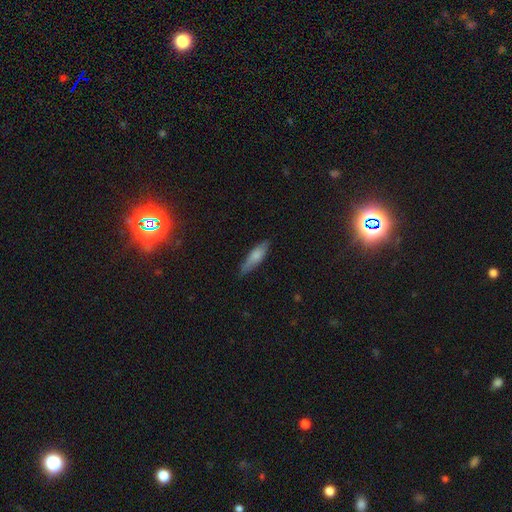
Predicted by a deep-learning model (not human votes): Q: Smooth or featured?
A: smooth (72%); runner-up: featured or disk (22%)
Q: How rounded?
A: cigar-shaped (63%); runner-up: in between (35%)
Q: Merging?
A: none (79%); runner-up: minor disturbance (17%)